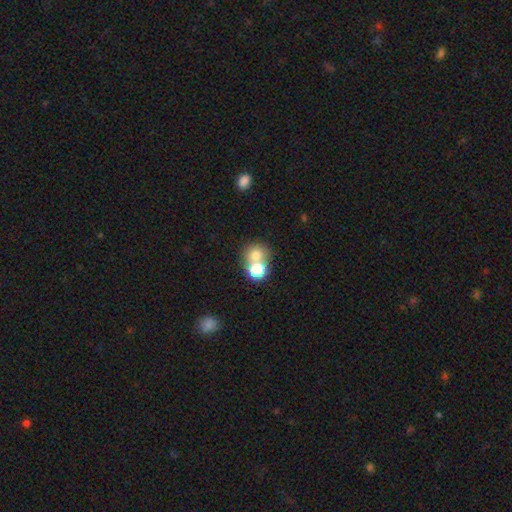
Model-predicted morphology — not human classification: Overall: smooth (72%). How rounded: round (78%). Merging: merger (53%; none 37%).